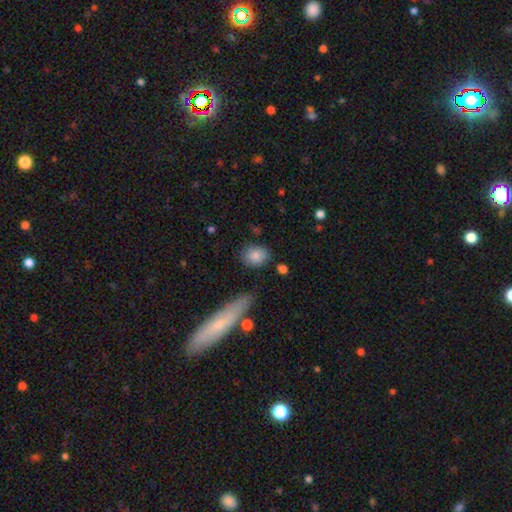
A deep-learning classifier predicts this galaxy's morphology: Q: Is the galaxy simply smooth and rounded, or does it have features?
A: smooth — 83%.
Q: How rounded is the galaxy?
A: round — 50%.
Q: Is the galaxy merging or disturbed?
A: none — 78%.